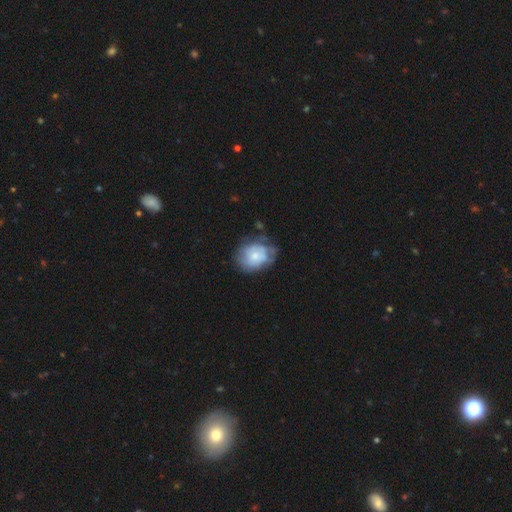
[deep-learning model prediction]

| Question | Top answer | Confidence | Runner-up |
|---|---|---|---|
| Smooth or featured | smooth | 54% | featured or disk (39%) |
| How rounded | in between | 51% | round (48%) |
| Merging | none | 51% | minor disturbance (30%) |